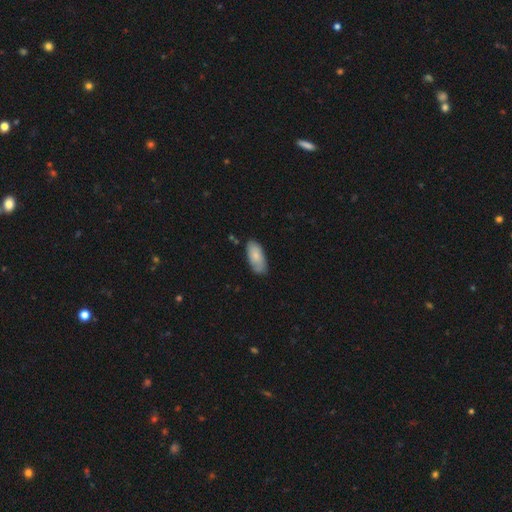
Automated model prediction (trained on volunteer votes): A smooth galaxy with no disk features (77%) that is in between round and cigar-shaped (88%).

Vote fractions:
- Smooth or featured? smooth: 77% / featured or disk: 17% / star or artifact: 6%
- How rounded? in between: 88% / cigar-shaped: 10% / round: 2%
- Merging? none: 69% / minor disturbance: 24% / major disturbance: 4% / merger: 3%